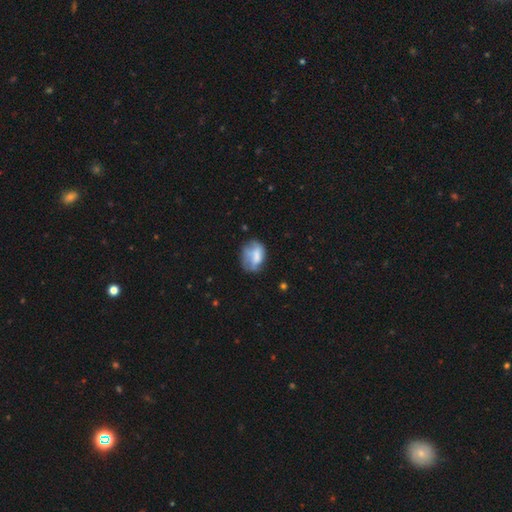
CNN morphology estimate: A smooth galaxy with no disk features (58%) that is in between round and cigar-shaped (69%).

Vote fractions:
- Smooth or featured? smooth: 58% / featured or disk: 32% / star or artifact: 9%
- How rounded? in between: 69% / round: 29% / cigar-shaped: 2%
- Merging? none: 42% / minor disturbance: 30% / major disturbance: 21% / merger: 7%